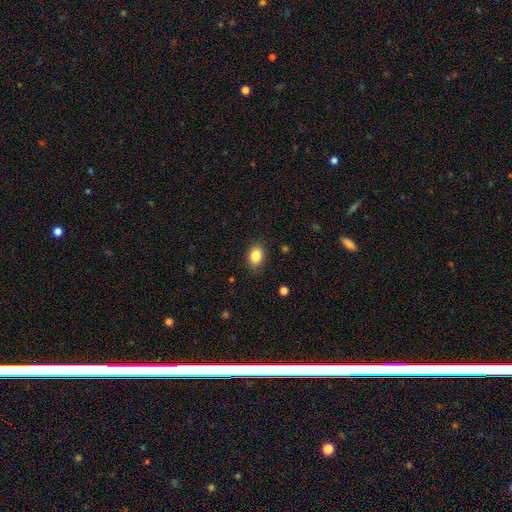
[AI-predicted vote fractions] This appears to be a smooth galaxy with no disk features (85%) that is in between round and cigar-shaped (76%). Merging: none (87%).